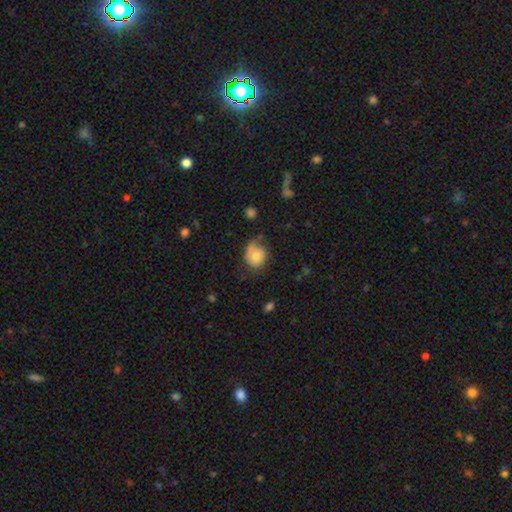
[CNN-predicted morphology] Overall: smooth (71%). How rounded: round (64%; in between 35%). Merging: none (47%; minor disturbance 32%).